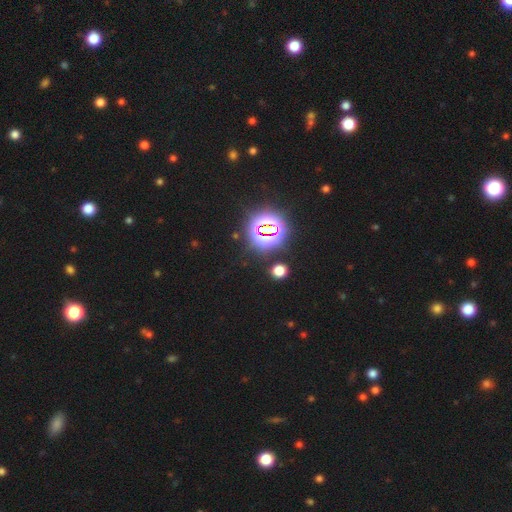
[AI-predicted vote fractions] Smooth or featured: star or artifact — 83% (smooth — 11%)